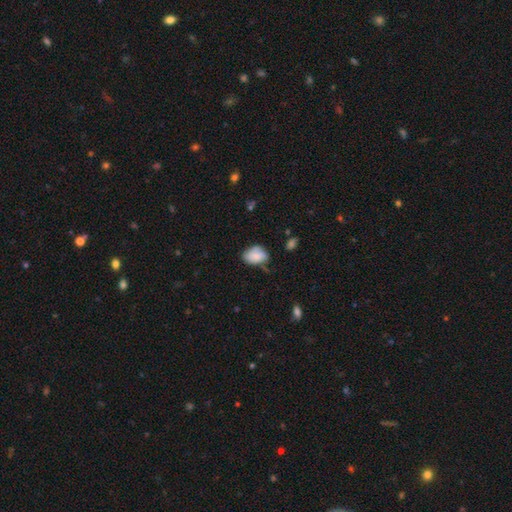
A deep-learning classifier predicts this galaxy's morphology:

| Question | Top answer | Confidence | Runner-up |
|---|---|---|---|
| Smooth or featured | smooth | 77% | featured or disk (15%) |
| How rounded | in between | 82% | round (16%) |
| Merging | none | 51% | minor disturbance (36%) |